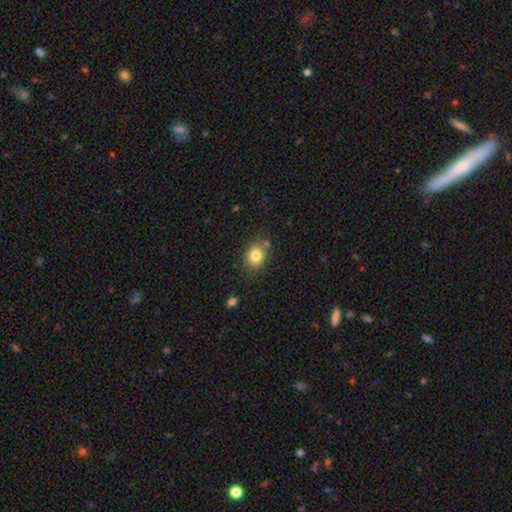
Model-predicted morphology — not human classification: This is clearly a smooth galaxy (82%). How rounded: possibly round (51%). Merging: likely none (76%).